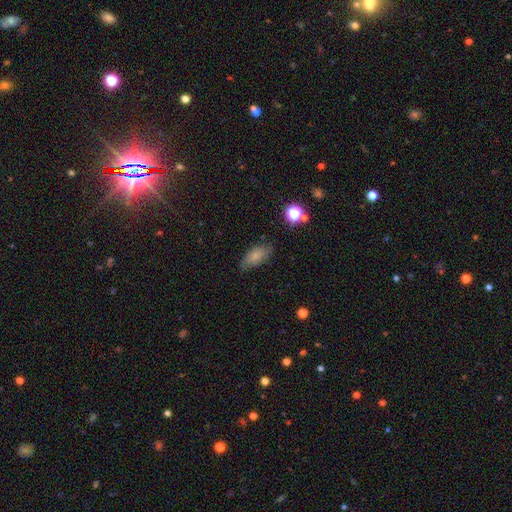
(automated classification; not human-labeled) This appears to be a smooth galaxy with no disk features (79%) that is in between round and cigar-shaped (87%). Merging: none (76%).